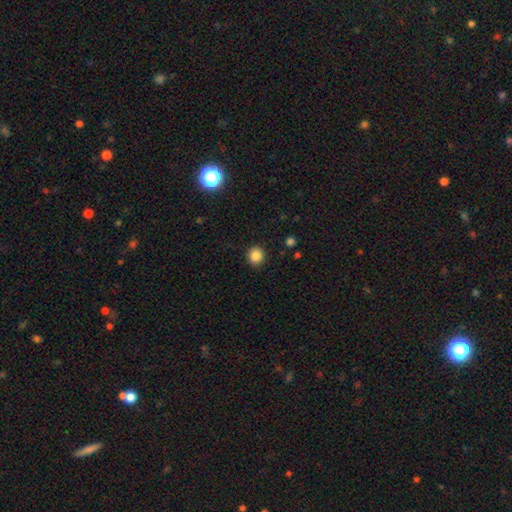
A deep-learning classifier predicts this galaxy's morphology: Smooth or featured?
  - smooth: 85% *
  - star or artifact: 11%
  - featured or disk: 4%
How rounded?
  - round: 82% *
  - in between: 17%
  - cigar-shaped: 1%
Merging?
  - none: 91% *
  - minor disturbance: 6%
  - major disturbance: 2%
  - merger: 1%